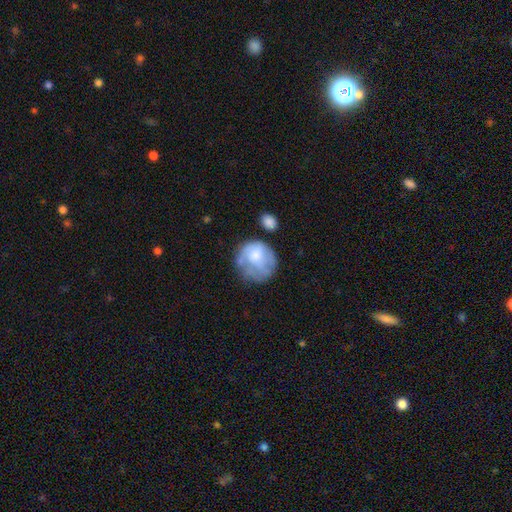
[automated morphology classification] type=smooth (57%); roundness=round (75%); merging=none (42%).